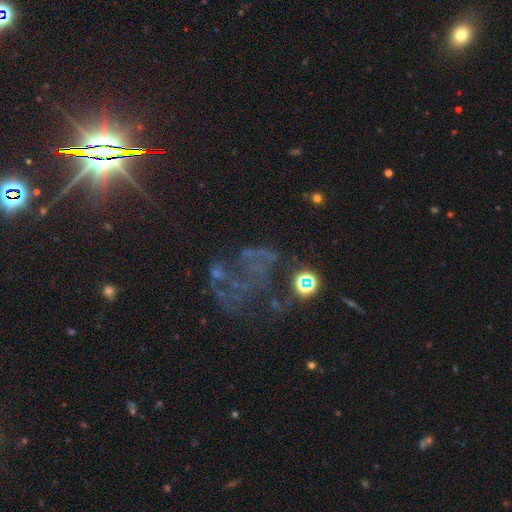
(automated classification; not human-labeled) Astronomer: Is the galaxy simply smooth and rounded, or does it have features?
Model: featured or disk — 44% (runner-up: star or artifact, 38%).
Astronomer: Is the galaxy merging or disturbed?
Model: major disturbance — 40% (runner-up: none, 35%).